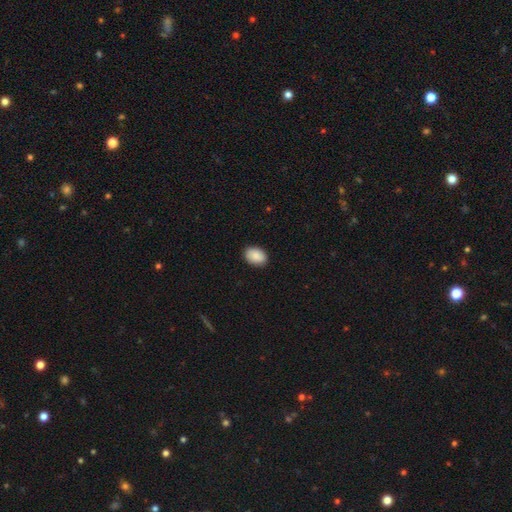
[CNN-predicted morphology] A smooth galaxy with no disk features (90%) that is in between round and cigar-shaped (83%).

Vote fractions:
- Smooth or featured? smooth: 90% / star or artifact: 6% / featured or disk: 4%
- How rounded? in between: 83% / round: 16% / cigar-shaped: 1%
- Merging? none: 89% / minor disturbance: 8% / major disturbance: 2% / merger: 1%